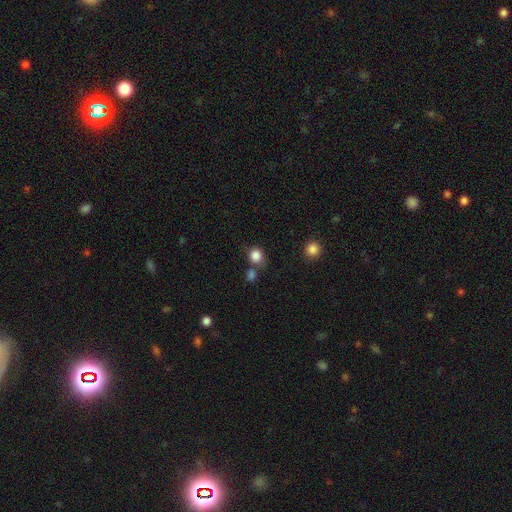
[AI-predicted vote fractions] Smooth or featured? Predicted: smooth (p=0.85). How rounded? Predicted: round (p=0.81). Merging? Predicted: none (p=0.64).